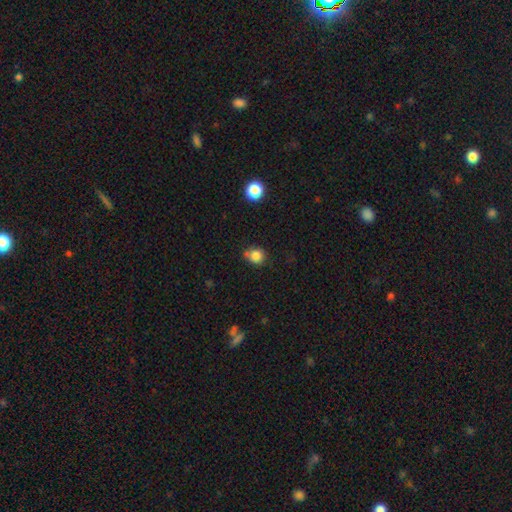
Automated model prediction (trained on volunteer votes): This appears to be a smooth galaxy with no disk features (82%) that is round (81%). Merging: none (60%).